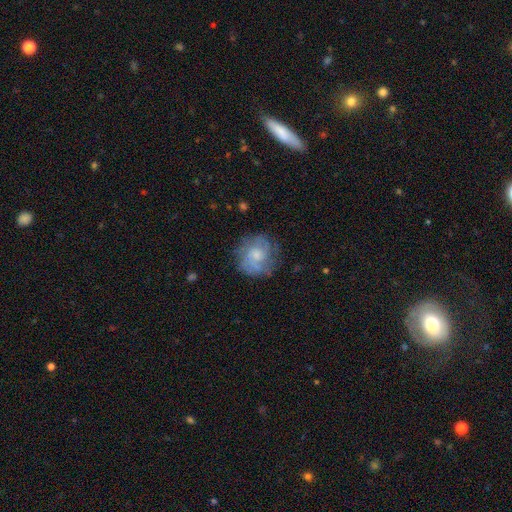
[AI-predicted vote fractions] A featured or disk galaxy (56%) with no bar (78%), spiral arms (71%) and a moderate central bulge (46%). Merging: none (71%).